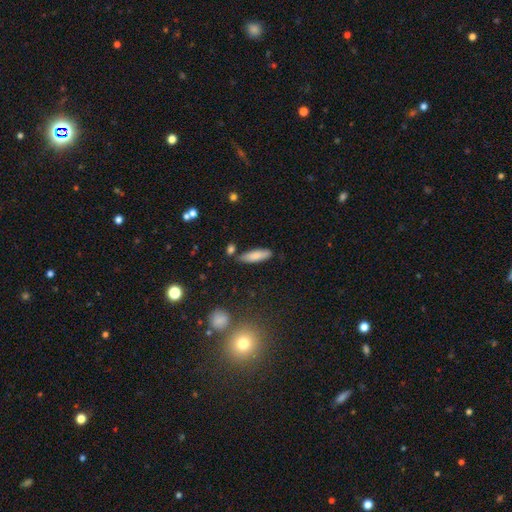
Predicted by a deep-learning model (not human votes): A smooth galaxy with no disk features (80%) that is cigar-shaped (53%).

Vote fractions:
- Smooth or featured? smooth: 80% / featured or disk: 13% / star or artifact: 7%
- How rounded? cigar-shaped: 53% / in between: 45% / round: 2%
- Merging? none: 80% / minor disturbance: 12% / merger: 5% / major disturbance: 3%